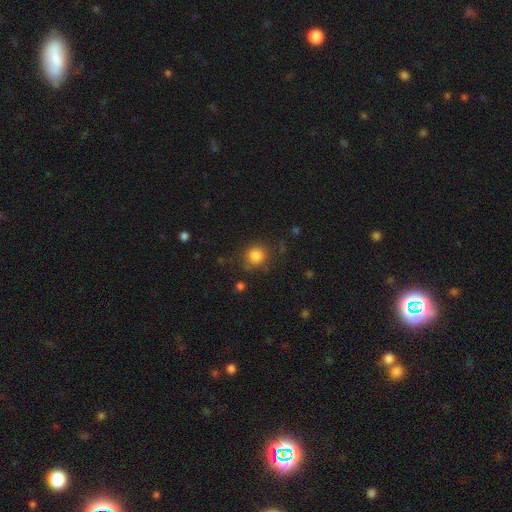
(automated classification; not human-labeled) smooth-or-featured: smooth: 83% | star or artifact: 11% | featured or disk: 5%
  how-rounded: round: 88% | in between: 11% | cigar-shaped: 1%
  merging: none: 80% | minor disturbance: 13% | major disturbance: 5% | merger: 2%